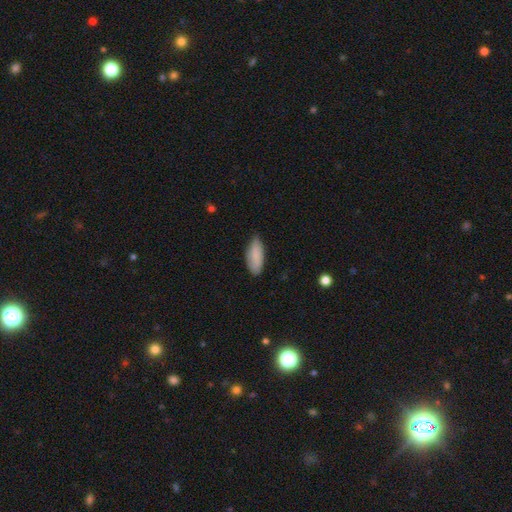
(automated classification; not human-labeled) smooth-or-featured: smooth: 85% | featured or disk: 9% | star or artifact: 6%
  how-rounded: in between: 79% | cigar-shaped: 19% | round: 2%
  merging: none: 68% | minor disturbance: 27% | major disturbance: 4% | merger: 1%